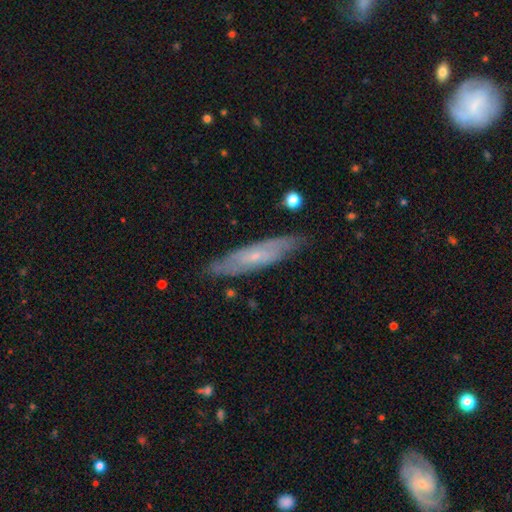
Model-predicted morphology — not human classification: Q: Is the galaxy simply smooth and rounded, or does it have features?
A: featured or disk — 64%.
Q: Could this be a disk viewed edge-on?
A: no — 57%.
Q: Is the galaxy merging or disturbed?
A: none — 81%.